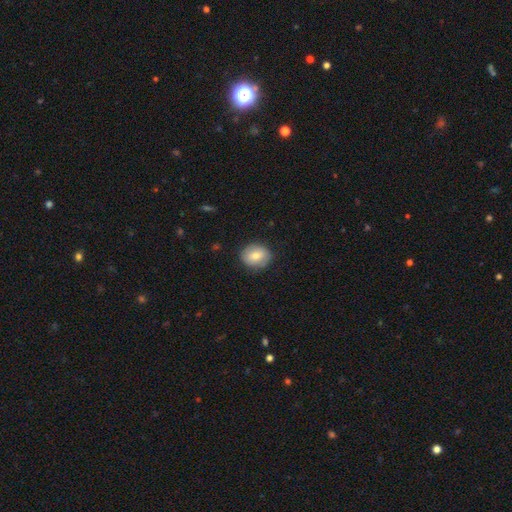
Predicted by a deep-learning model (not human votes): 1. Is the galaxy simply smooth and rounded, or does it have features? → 75% smooth, 18% featured or disk, 7% star or artifact.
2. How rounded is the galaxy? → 68% round, 31% in between, 1% cigar-shaped.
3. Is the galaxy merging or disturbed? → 85% none, 11% minor disturbance, 3% major disturbance, 1% merger.